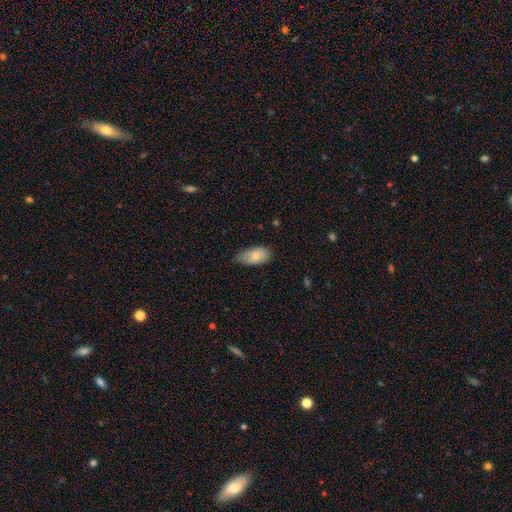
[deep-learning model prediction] The model was most divided on "merging": none: 56%, minor disturbance: 36%, major disturbance: 6%, merger: 1%. More confident: how rounded — in between (93%); smooth or featured — smooth (81%).